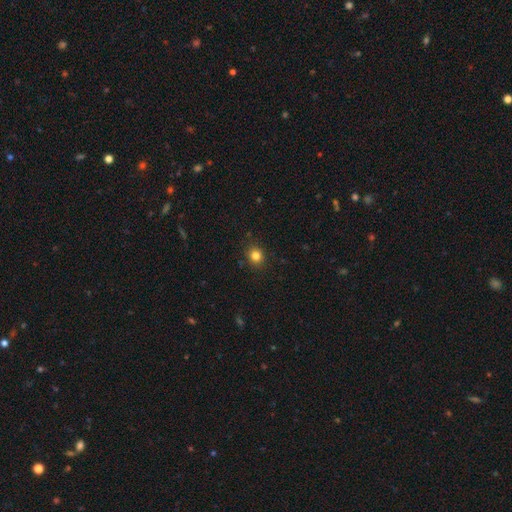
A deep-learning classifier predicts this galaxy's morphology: smooth-or-featured: smooth: 82% | star or artifact: 13% | featured or disk: 5%
  how-rounded: round: 78% | in between: 21% | cigar-shaped: 1%
  merging: none: 89% | minor disturbance: 8% | major disturbance: 2% | merger: 1%